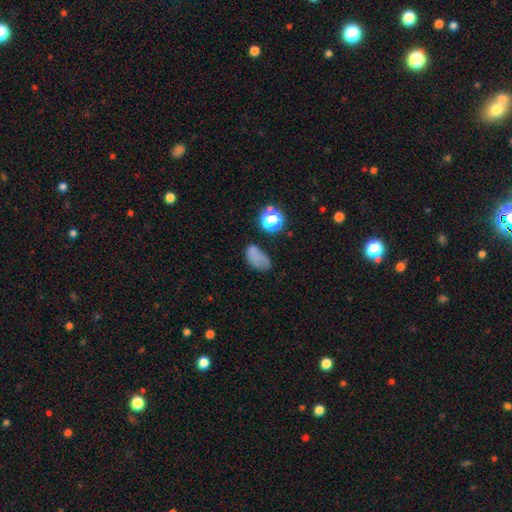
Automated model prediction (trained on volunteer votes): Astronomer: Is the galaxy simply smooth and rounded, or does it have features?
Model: smooth — 69%.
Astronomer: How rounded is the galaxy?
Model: in between — 85%.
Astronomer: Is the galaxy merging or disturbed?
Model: none — 45% (runner-up: minor disturbance, 28%).